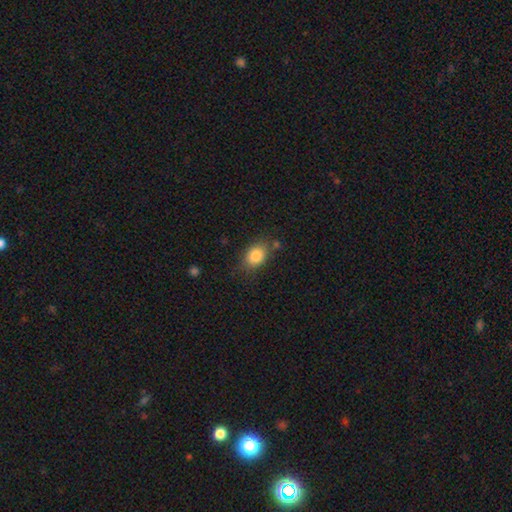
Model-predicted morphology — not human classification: This is clearly a smooth galaxy (83%). How rounded: likely in between (69%). Merging: likely none (73%).